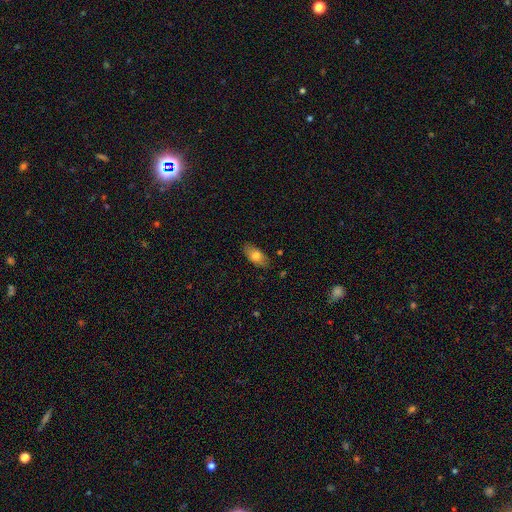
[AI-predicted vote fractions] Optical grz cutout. It shows a smooth galaxy with no disk features (76%) that is in between round and cigar-shaped (89%). Merging: none (83%).